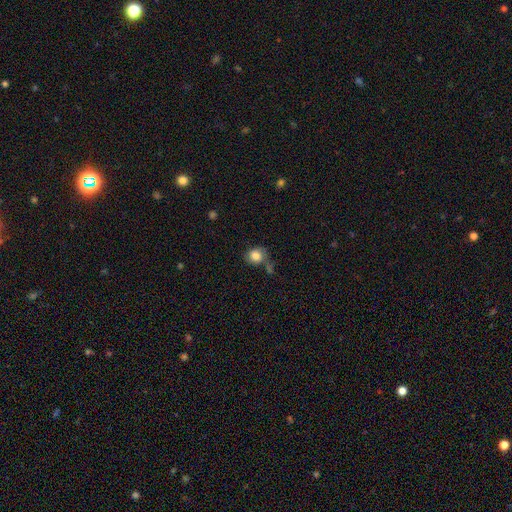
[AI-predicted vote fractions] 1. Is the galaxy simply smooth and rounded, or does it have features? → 82% smooth, 9% featured or disk, 8% star or artifact.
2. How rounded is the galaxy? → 69% round, 30% in between, 1% cigar-shaped.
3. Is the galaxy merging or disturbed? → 50% none, 23% minor disturbance, 15% merger, 12% major disturbance.